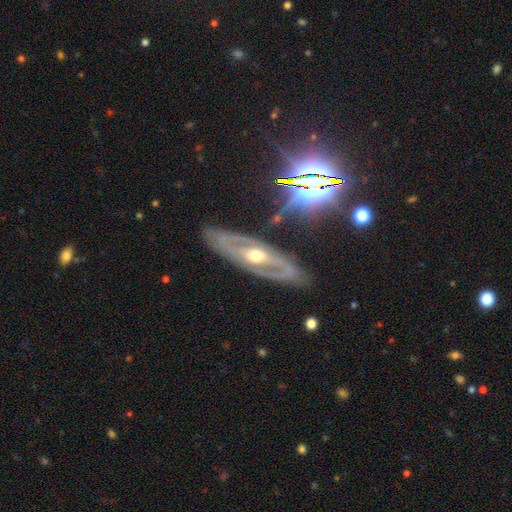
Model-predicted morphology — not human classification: Overall: featured or disk (83%). Edge-on disk: no (81%). Bar: no (44%; weak 31%). Spiral arms: yes (72%). Bulge size: moderate (68%). Merging: none (81%).